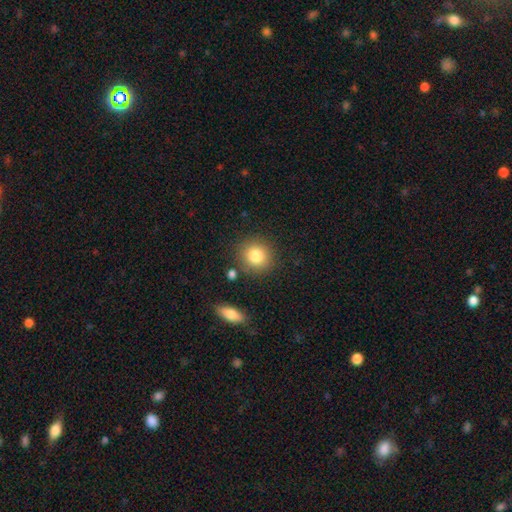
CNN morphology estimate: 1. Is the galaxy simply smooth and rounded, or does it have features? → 83% smooth, 9% star or artifact, 8% featured or disk.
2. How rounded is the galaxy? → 86% round, 13% in between, 1% cigar-shaped.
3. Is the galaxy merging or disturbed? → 83% none, 9% minor disturbance, 5% merger, 3% major disturbance.